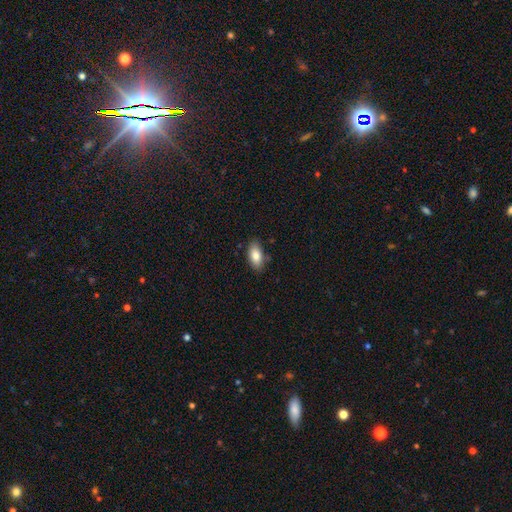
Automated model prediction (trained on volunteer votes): Smooth or featured: smooth — 83% (featured or disk — 10%)
How rounded: in between — 90% (cigar-shaped — 7%)
Merging: none — 81% (minor disturbance — 14%)